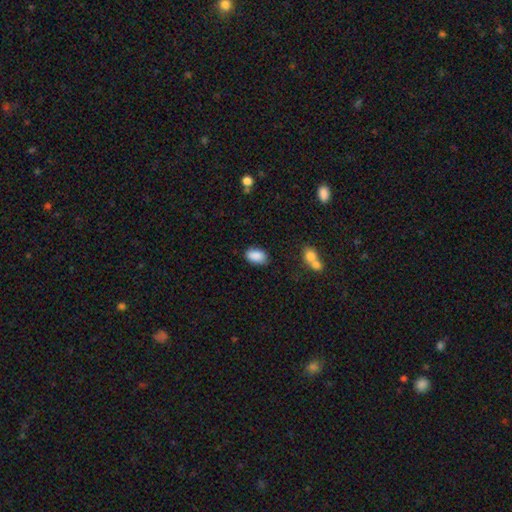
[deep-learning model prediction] Smooth or featured? smooth (89%)
How rounded? in between (92%)
Merging? none (78%)